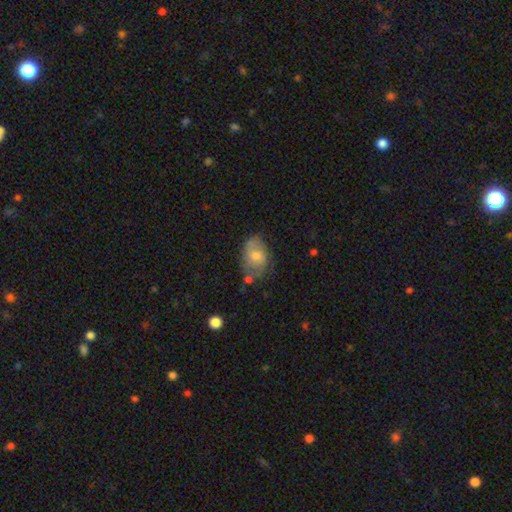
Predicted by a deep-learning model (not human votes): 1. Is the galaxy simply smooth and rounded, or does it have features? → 58% smooth, 33% featured or disk, 9% star or artifact.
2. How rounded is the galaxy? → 81% in between, 18% round, 1% cigar-shaped.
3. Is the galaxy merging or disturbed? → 56% none, 28% minor disturbance, 10% major disturbance, 7% merger.